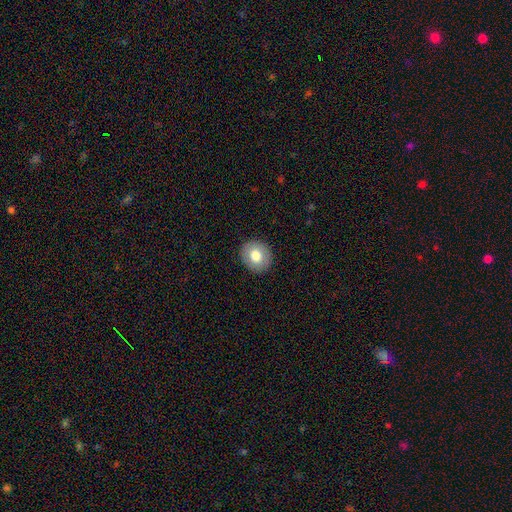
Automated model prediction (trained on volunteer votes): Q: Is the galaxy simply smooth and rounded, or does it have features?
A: smooth — 76%.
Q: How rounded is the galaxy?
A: round — 82%.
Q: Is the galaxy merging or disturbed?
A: none — 90%.